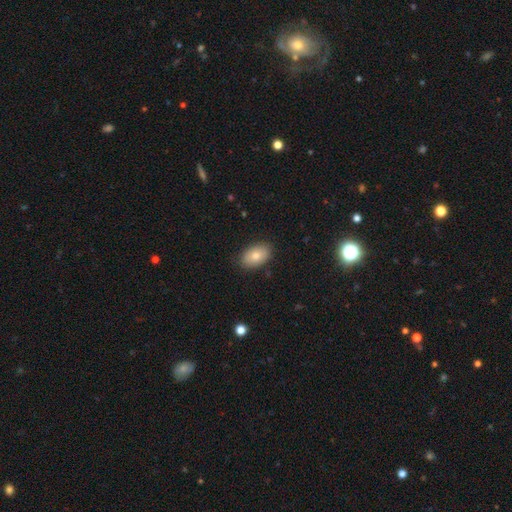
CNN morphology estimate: Smooth or featured?
  - smooth: 80% *
  - featured or disk: 13%
  - star or artifact: 7%
How rounded?
  - in between: 90% *
  - round: 8%
  - cigar-shaped: 1%
Merging?
  - none: 85% *
  - minor disturbance: 11%
  - major disturbance: 2%
  - merger: 1%